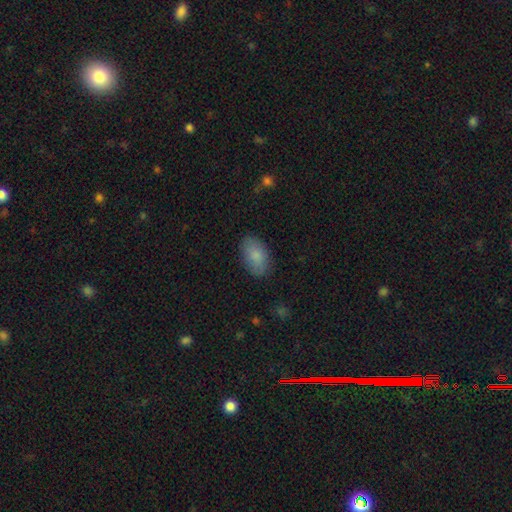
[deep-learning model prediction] smooth_or_featured: smooth (p=0.85) [alt: featured or disk p=0.09]
how_rounded: in between (p=0.93) [alt: round p=0.05]
merging: none (p=0.83) [alt: minor disturbance p=0.13]